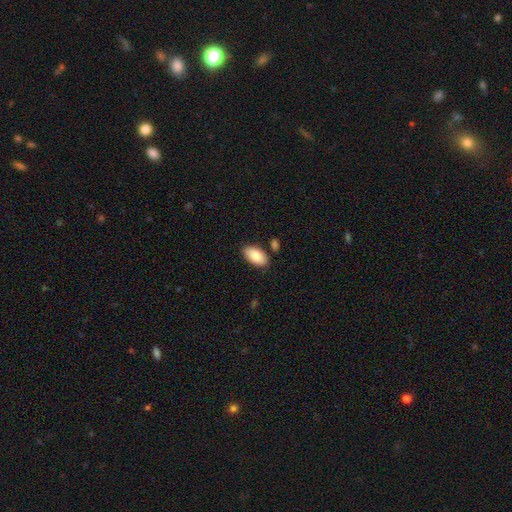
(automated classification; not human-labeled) Smooth or featured: smooth — 85% (featured or disk — 9%)
How rounded: in between — 95% (round — 3%)
Merging: none — 83% (minor disturbance — 10%)